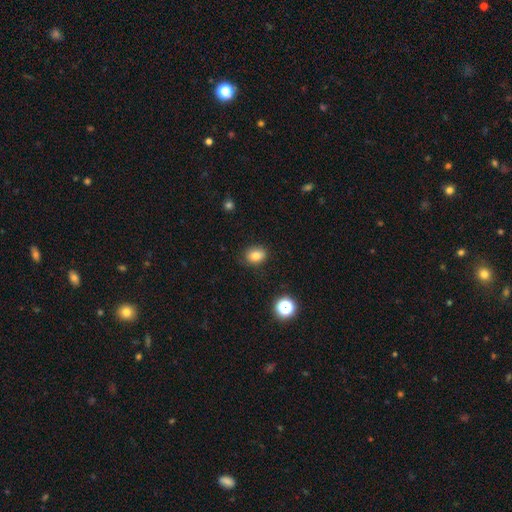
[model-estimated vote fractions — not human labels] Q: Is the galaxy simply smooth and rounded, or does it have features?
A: smooth — 80%.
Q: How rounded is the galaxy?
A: in between — 56%.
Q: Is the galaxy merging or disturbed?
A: none — 83%.